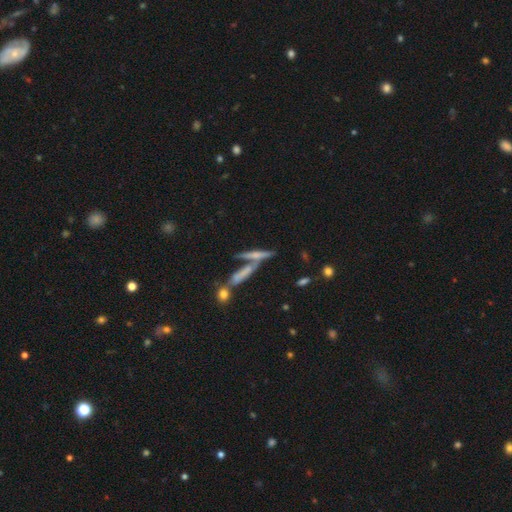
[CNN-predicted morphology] smooth_or_featured: featured or disk (p=0.47) [alt: smooth p=0.42]
merging: none (p=0.48) [alt: merger p=0.36]